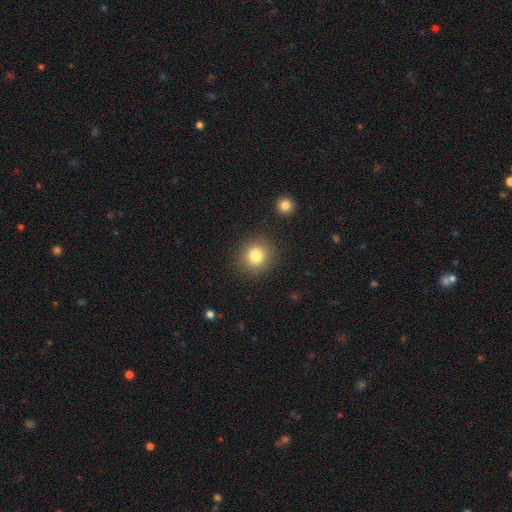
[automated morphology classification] A smooth galaxy with no disk features (81%) that is round (88%).

Vote fractions:
- Smooth or featured? smooth: 81% / star or artifact: 11% / featured or disk: 8%
- How rounded? round: 88% / in between: 11% / cigar-shaped: 1%
- Merging? none: 87% / minor disturbance: 7% / major disturbance: 3% / merger: 2%